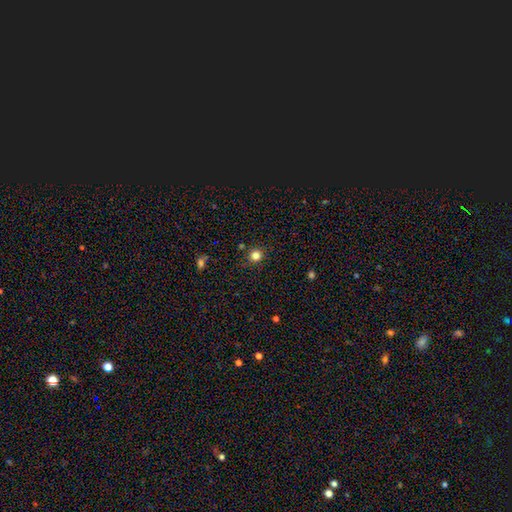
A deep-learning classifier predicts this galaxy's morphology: A smooth galaxy with no disk features (81%) that is round (93%). Merging: none (88%).